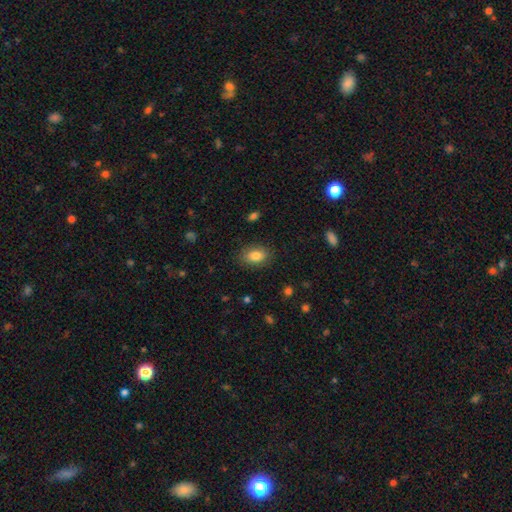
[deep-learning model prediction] A smooth galaxy with no disk features (83%) that is in between round and cigar-shaped (84%).

Vote fractions:
- Smooth or featured? smooth: 83% / featured or disk: 8% / star or artifact: 8%
- How rounded? in between: 84% / round: 15% / cigar-shaped: 2%
- Merging? none: 86% / minor disturbance: 10% / major disturbance: 3% / merger: 1%